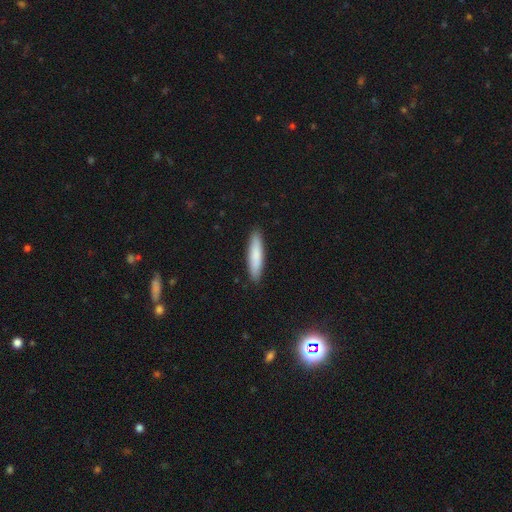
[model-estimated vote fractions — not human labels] This appears to be a smooth galaxy with no disk features (81%) that is cigar-shaped (83%). Merging: none (90%).